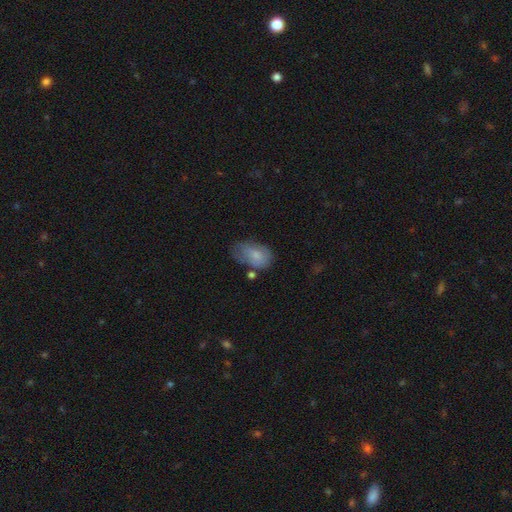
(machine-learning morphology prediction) Smooth or featured? smooth (76%)
How rounded? in between (89%)
Merging? none (41%)